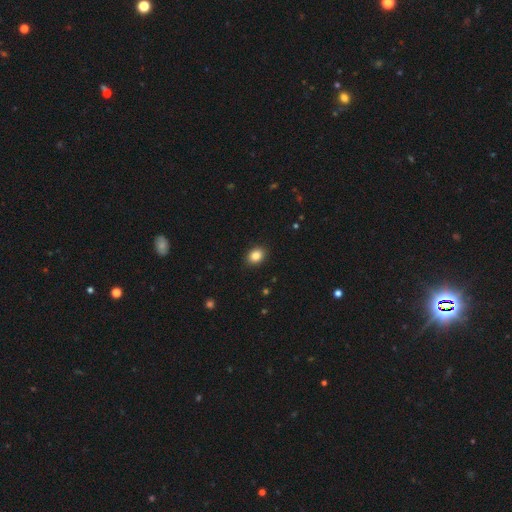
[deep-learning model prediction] A smooth galaxy with no disk features (86%) that is in between round and cigar-shaped (60%).

Vote fractions:
- Smooth or featured? smooth: 86% / star or artifact: 9% / featured or disk: 4%
- How rounded? in between: 60% / round: 39% / cigar-shaped: 1%
- Merging? none: 90% / minor disturbance: 7% / major disturbance: 2% / merger: 1%